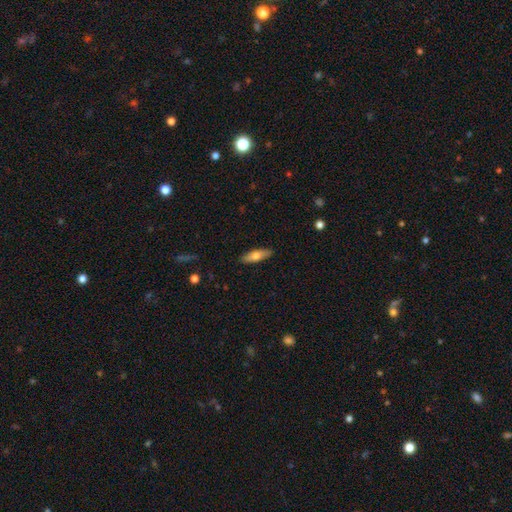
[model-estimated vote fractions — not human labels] Smooth or featured: smooth — 67% (featured or disk — 26%)
How rounded: cigar-shaped — 50% (in between — 48%)
Merging: none — 89% (minor disturbance — 8%)